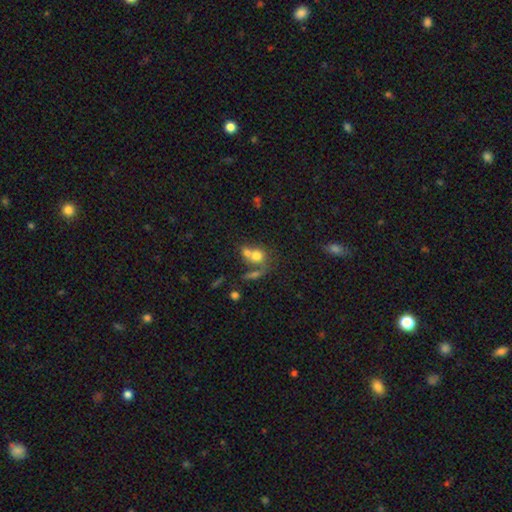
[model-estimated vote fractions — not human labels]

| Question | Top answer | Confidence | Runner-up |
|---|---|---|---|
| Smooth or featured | smooth | 69% | featured or disk (19%) |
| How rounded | round | 66% | in between (32%) |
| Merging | merger | 55% | none (28%) |